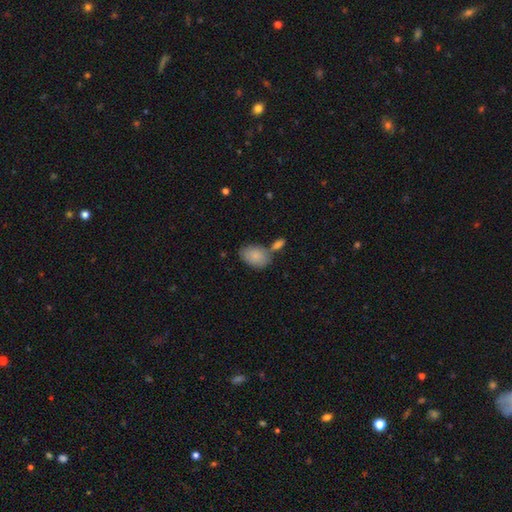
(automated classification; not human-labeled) Morphology: type=smooth (83%); roundness=in between (88%); merging=none (52%).